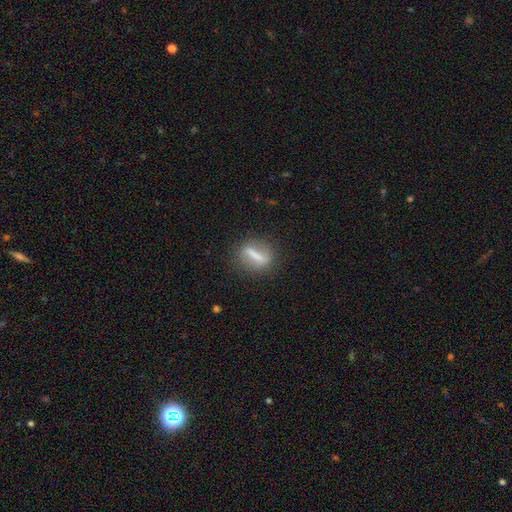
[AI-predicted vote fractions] Smooth or featured?
  - featured or disk: 47% *
  - smooth: 43%
  - star or artifact: 10%
Merging?
  - none: 81% *
  - minor disturbance: 10%
  - major disturbance: 6%
  - merger: 2%